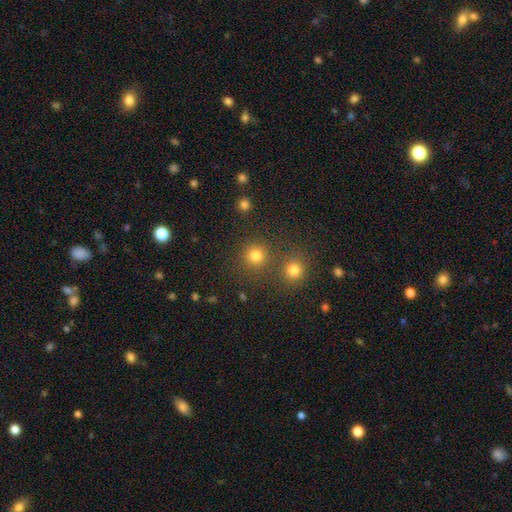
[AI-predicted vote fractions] Q: Smooth or featured?
A: smooth (79%); runner-up: star or artifact (16%)
Q: How rounded?
A: round (92%); runner-up: in between (7%)
Q: Merging?
A: none (77%); runner-up: merger (14%)